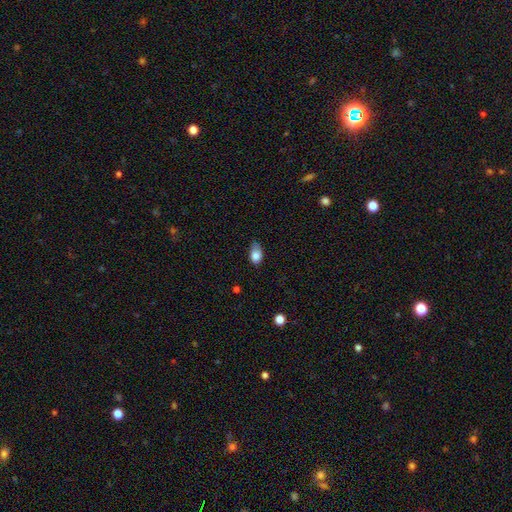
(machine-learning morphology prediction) smooth-or-featured: smooth: 82% | featured or disk: 10% | star or artifact: 9%
  how-rounded: in between: 83% | round: 15% | cigar-shaped: 2%
  merging: minor disturbance: 45% | none: 39% | major disturbance: 13% | merger: 2%